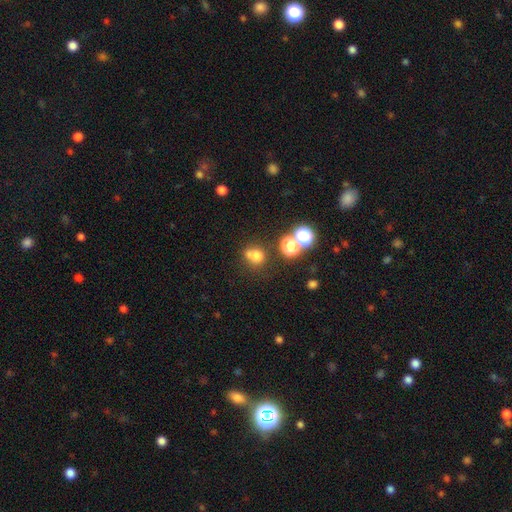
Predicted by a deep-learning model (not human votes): Overall: smooth (69%). How rounded: round (75%). Merging: none (49%; merger 31%).